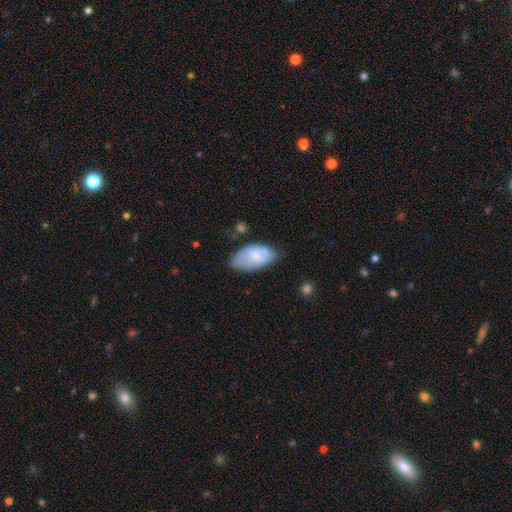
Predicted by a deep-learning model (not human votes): smooth_or_featured: smooth (p=0.68) [alt: featured or disk p=0.26]
how_rounded: in between (p=0.94) [alt: round p=0.04]
merging: none (p=0.52) [alt: minor disturbance p=0.35]